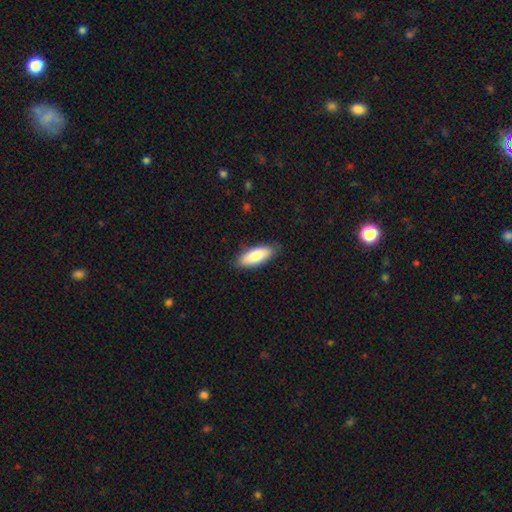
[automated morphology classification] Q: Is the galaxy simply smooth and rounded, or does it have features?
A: smooth — 83%.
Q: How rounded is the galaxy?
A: in between — 77%.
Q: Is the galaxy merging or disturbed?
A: none — 85%.